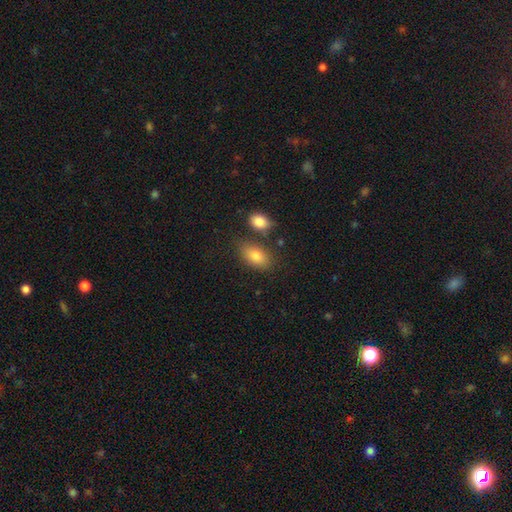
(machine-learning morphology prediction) This appears to be a smooth galaxy with no disk features (81%) that is in between round and cigar-shaped (90%). Merging: none (70%).